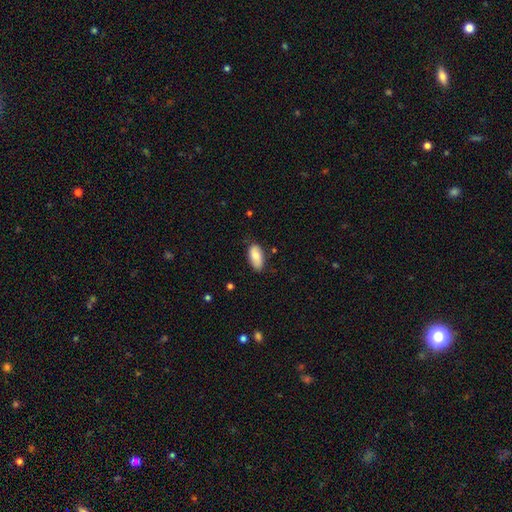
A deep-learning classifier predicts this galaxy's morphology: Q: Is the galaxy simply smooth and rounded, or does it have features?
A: smooth — 81%.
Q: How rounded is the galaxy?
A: in between — 93%.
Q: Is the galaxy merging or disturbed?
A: none — 72%.